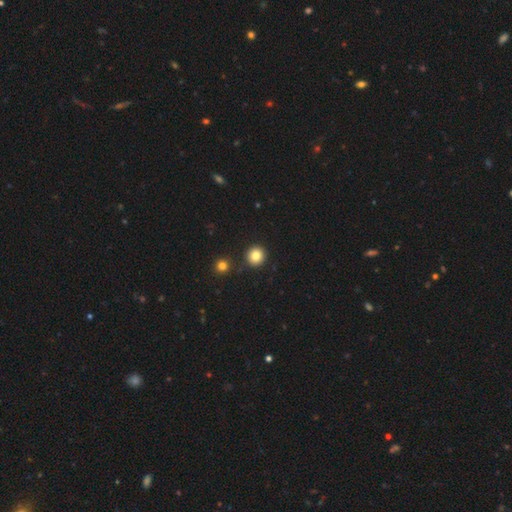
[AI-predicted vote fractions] A smooth galaxy with no disk features (83%) that is round (94%). Merging: none (90%).